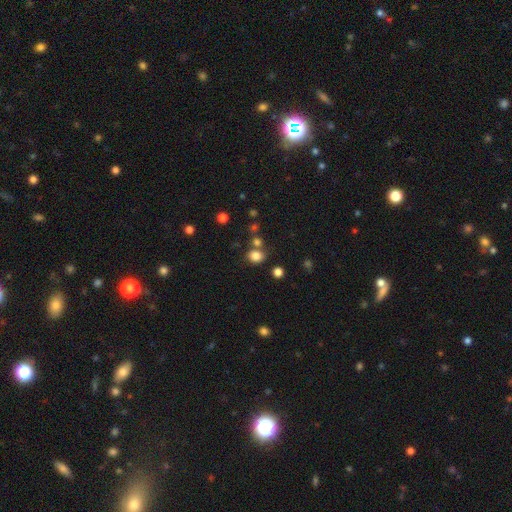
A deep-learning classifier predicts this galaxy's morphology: type=smooth (81%); roundness=round (60%); merging=none (67%).